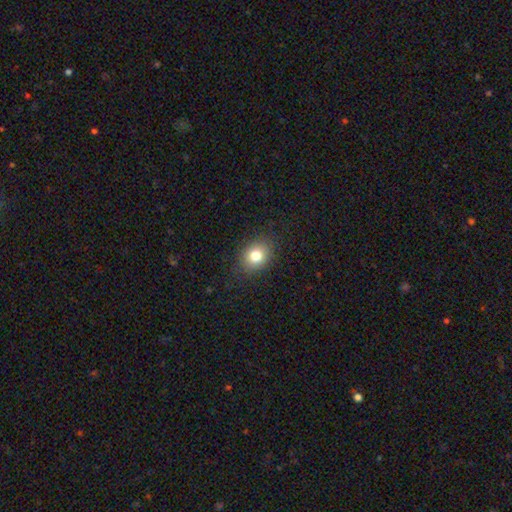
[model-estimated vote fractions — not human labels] smooth-or-featured: smooth: 79% | star or artifact: 12% | featured or disk: 9%
  how-rounded: round: 50% | in between: 49% | cigar-shaped: 1%
  merging: none: 87% | minor disturbance: 9% | major disturbance: 3% | merger: 1%